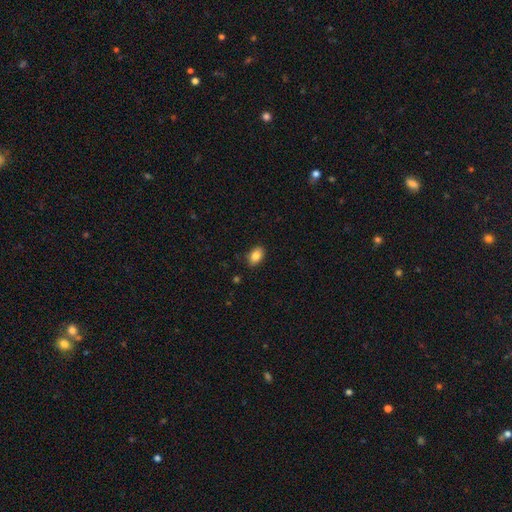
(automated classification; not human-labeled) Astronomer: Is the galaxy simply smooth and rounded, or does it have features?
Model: smooth — 85%.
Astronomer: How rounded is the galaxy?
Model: in between — 88%.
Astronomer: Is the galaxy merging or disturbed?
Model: none — 86%.